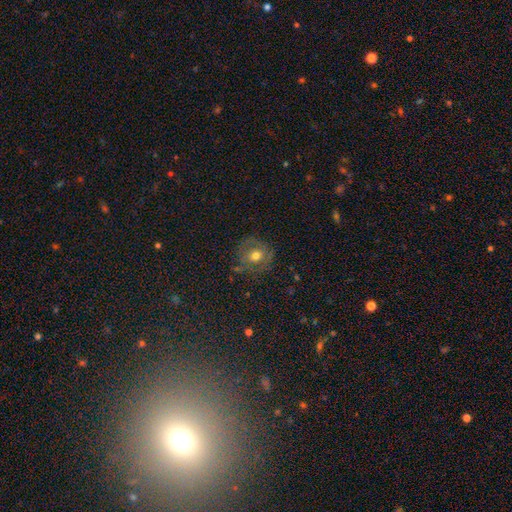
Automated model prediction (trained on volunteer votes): Q: Smooth or featured?
A: smooth (48%); runner-up: featured or disk (36%)
Q: Merging?
A: none (74%); runner-up: minor disturbance (17%)